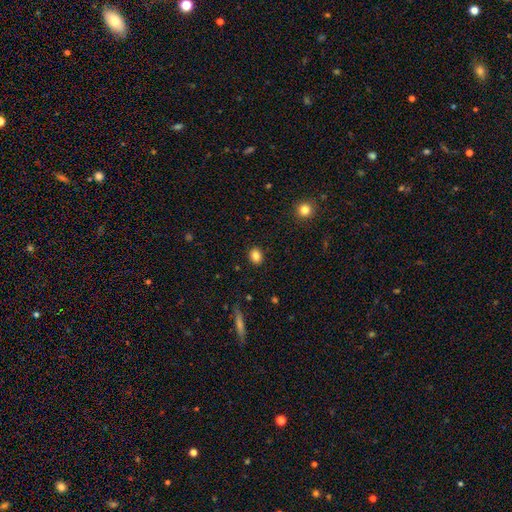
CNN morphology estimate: Smooth or featured?
  - smooth: 84% *
  - star or artifact: 10%
  - featured or disk: 6%
How rounded?
  - round: 54% *
  - in between: 45%
  - cigar-shaped: 1%
Merging?
  - none: 89% *
  - minor disturbance: 8%
  - major disturbance: 2%
  - merger: 1%